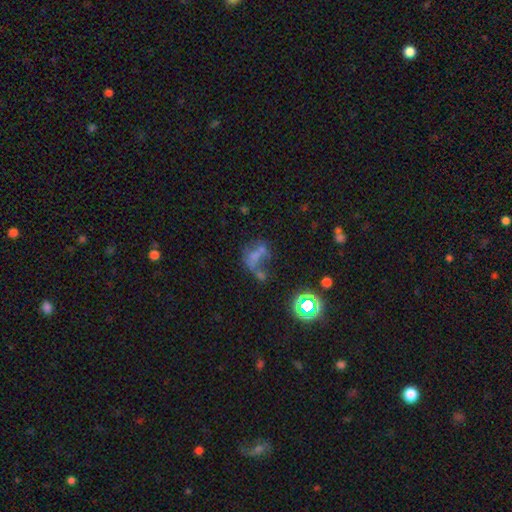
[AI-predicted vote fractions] Smooth or featured: smooth — 39% (featured or disk — 32%)
Merging: major disturbance — 31% (merger — 29%)